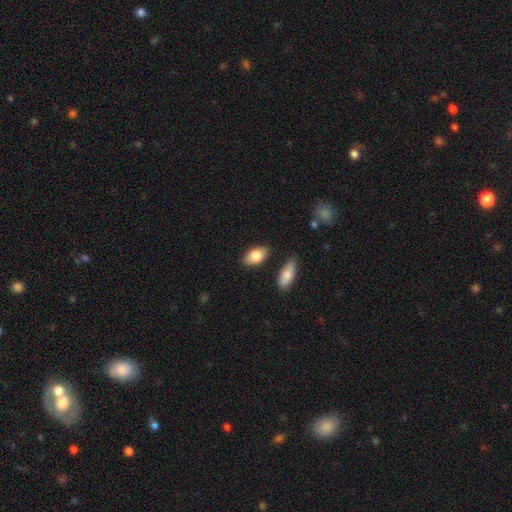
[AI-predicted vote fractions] Smooth or featured? smooth (84%)
How rounded? in between (93%)
Merging? none (82%)